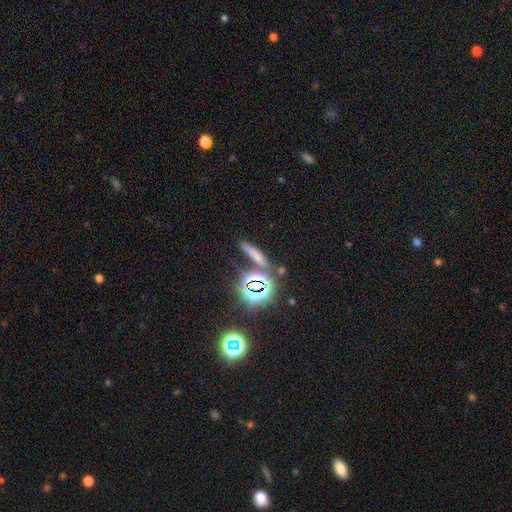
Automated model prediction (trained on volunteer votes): This is possibly a smooth galaxy (55%). How rounded: likely cigar-shaped (76%). Merging: likely none (75%).